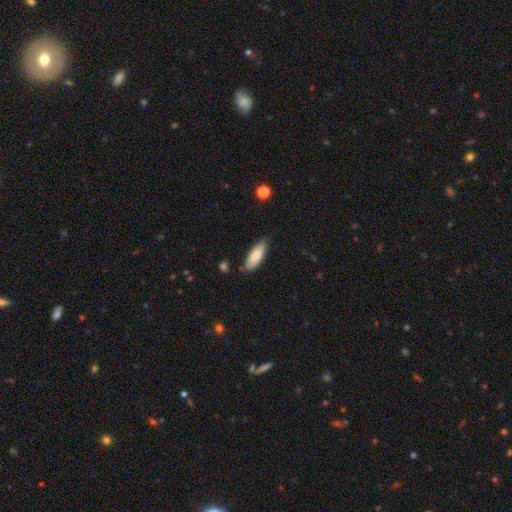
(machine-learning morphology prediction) Smooth or featured?
  - smooth: 81% *
  - featured or disk: 13%
  - star or artifact: 6%
How rounded?
  - in between: 68% *
  - cigar-shaped: 30%
  - round: 2%
Merging?
  - none: 80% *
  - minor disturbance: 15%
  - major disturbance: 2%
  - merger: 2%